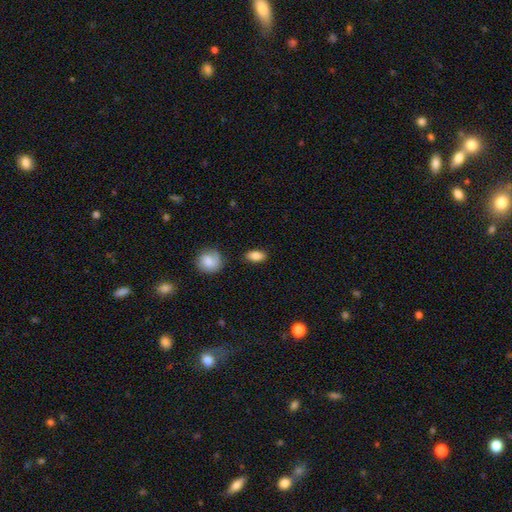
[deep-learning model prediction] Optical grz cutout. It shows a smooth galaxy with no disk features (85%) that is in between round and cigar-shaped (87%). Merging: none (84%).